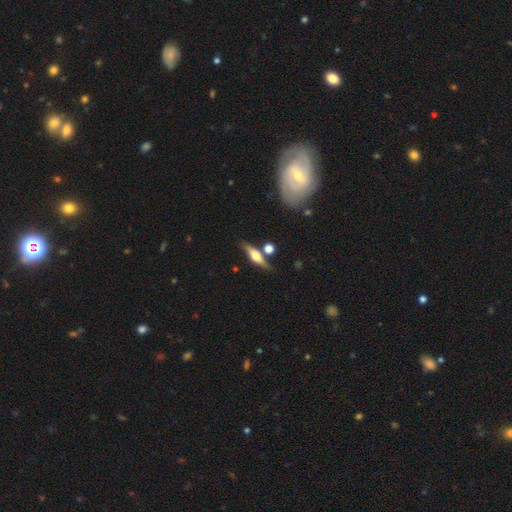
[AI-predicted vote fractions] This appears to be a featured or disk galaxy (63%) viewed edge-on (94%) with a rounded central bulge (91%). Merging: none (74%).